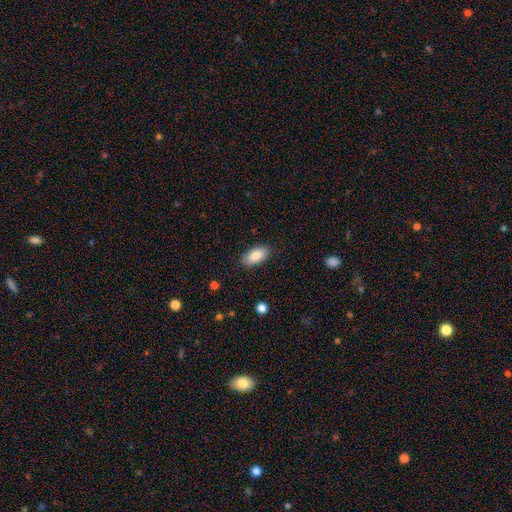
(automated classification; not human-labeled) Overall: smooth (86%). How rounded: in between (93%). Merging: none (85%).